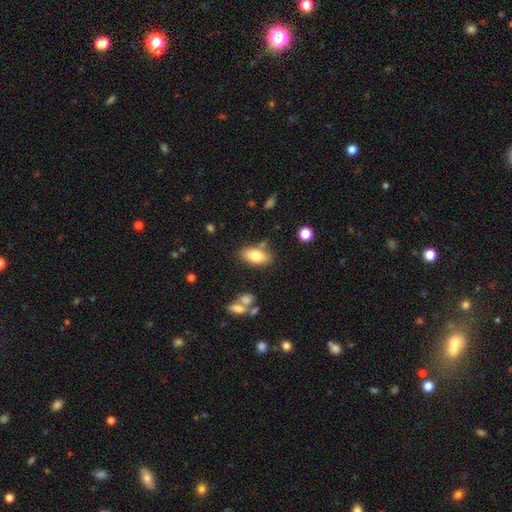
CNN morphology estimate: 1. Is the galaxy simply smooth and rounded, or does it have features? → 80% smooth, 13% featured or disk, 7% star or artifact.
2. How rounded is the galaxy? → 90% in between, 6% cigar-shaped, 3% round.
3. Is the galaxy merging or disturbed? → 75% none, 14% minor disturbance, 7% merger, 4% major disturbance.